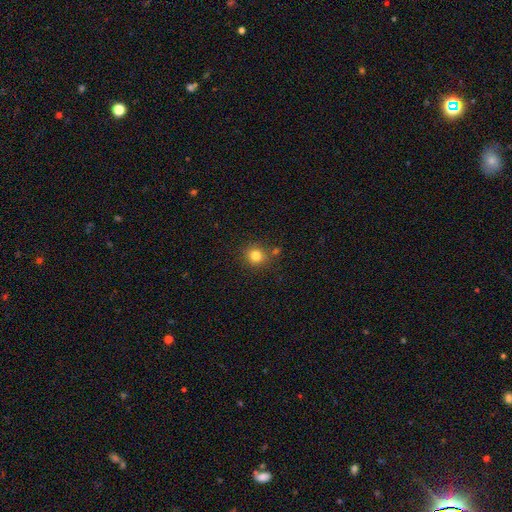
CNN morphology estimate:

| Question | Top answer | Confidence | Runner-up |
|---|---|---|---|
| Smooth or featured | smooth | 81% | star or artifact (13%) |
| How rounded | round | 89% | in between (11%) |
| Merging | none | 80% | minor disturbance (10%) |